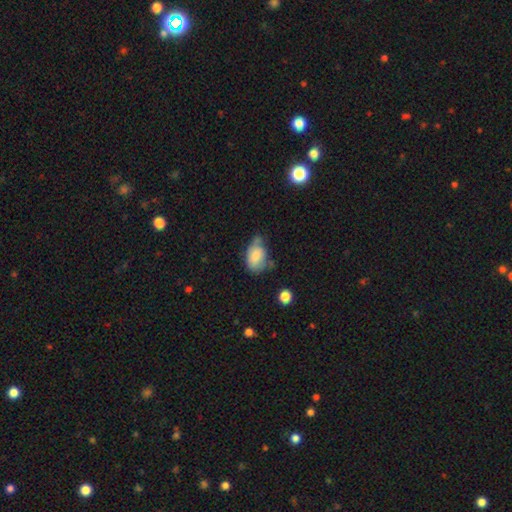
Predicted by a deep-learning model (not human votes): Q: Smooth or featured?
A: smooth (76%); runner-up: featured or disk (16%)
Q: How rounded?
A: in between (86%); runner-up: round (12%)
Q: Merging?
A: minor disturbance (41%); runner-up: none (34%)